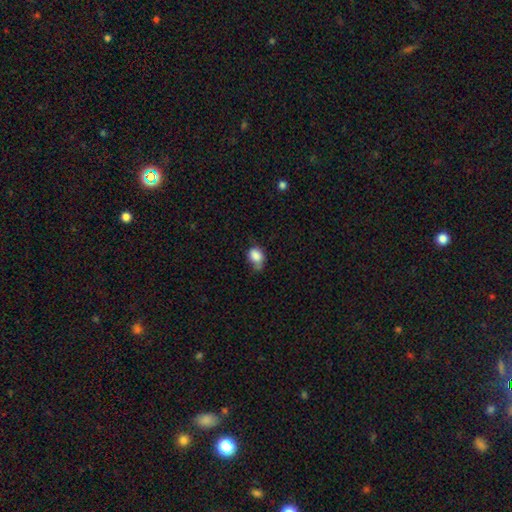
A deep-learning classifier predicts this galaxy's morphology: The model was most divided on "merging": none: 42%, minor disturbance: 40%, major disturbance: 11%, merger: 7%. More confident: smooth or featured — smooth (85%); how rounded — in between (64%).